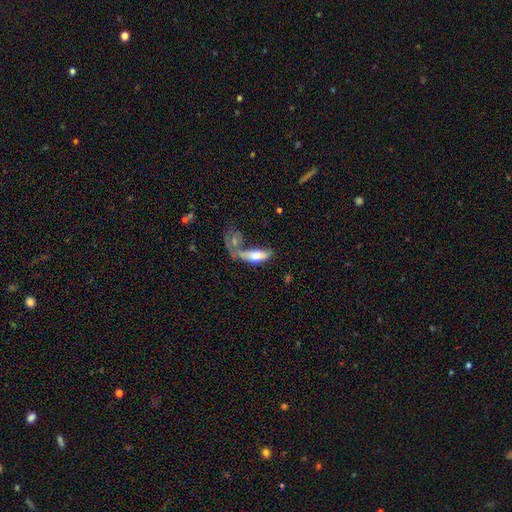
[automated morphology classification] Smooth or featured? smooth (66%)
How rounded? in between (70%)
Merging? merger (51%)